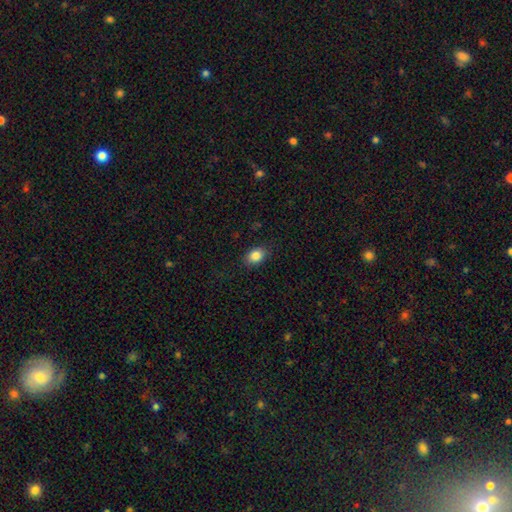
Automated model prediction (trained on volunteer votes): Q: Smooth or featured?
A: smooth (85%); runner-up: star or artifact (9%)
Q: How rounded?
A: in between (70%); runner-up: round (29%)
Q: Merging?
A: none (86%); runner-up: minor disturbance (10%)